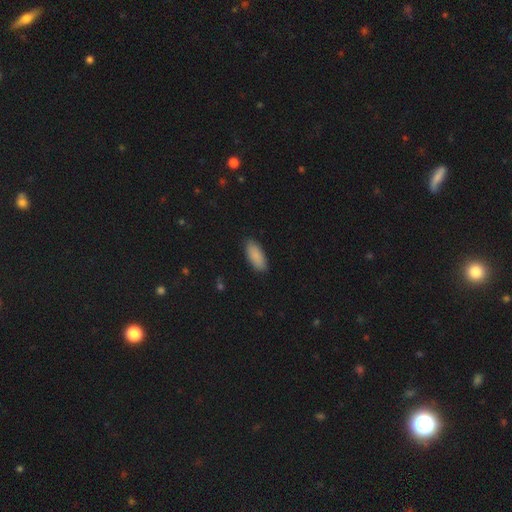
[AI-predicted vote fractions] smooth_or_featured: smooth (p=0.90) [alt: star or artifact p=0.06]
how_rounded: in between (p=0.85) [alt: cigar-shaped p=0.14]
merging: none (p=0.87) [alt: minor disturbance p=0.10]